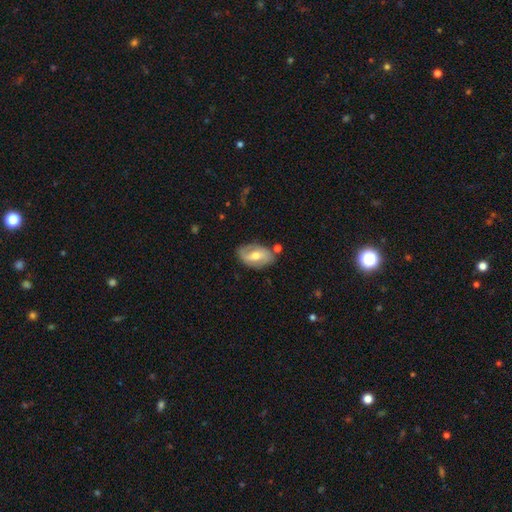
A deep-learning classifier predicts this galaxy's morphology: A featured or disk galaxy (57%) with a weak bar (42%), spiral arms (68%) and a moderate central bulge (67%). Merging: none (70%).